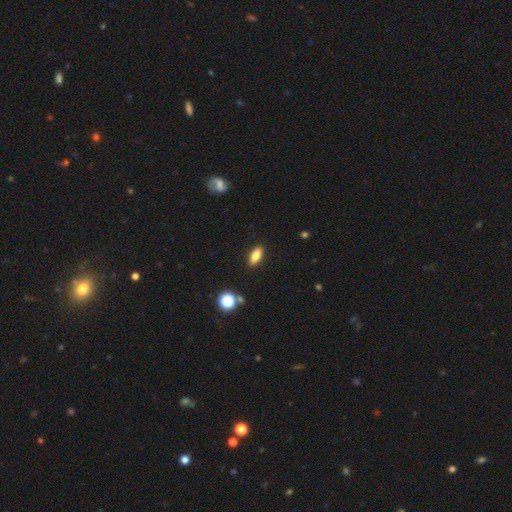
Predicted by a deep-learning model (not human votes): This is likely a smooth galaxy (77%). How rounded: likely in between (78%). Merging: clearly none (89%).